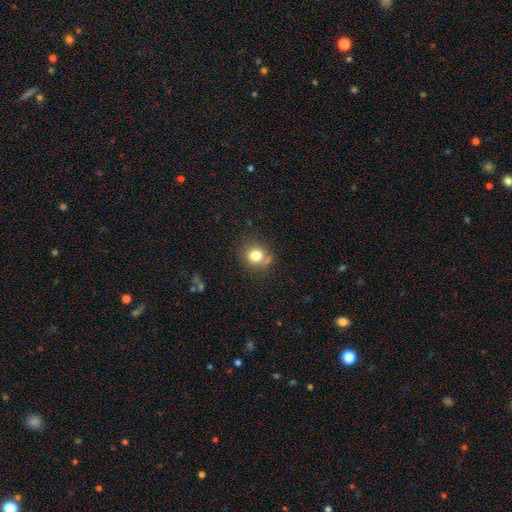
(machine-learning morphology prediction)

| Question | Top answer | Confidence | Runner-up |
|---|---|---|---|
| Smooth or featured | smooth | 78% | star or artifact (13%) |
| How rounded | round | 85% | in between (15%) |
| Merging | none | 77% | minor disturbance (14%) |